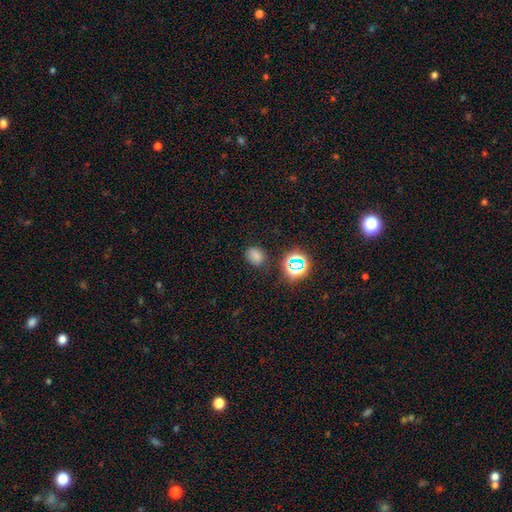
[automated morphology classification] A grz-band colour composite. It shows a smooth galaxy with no disk features (71%) that is round (53%). Merging: none (80%).